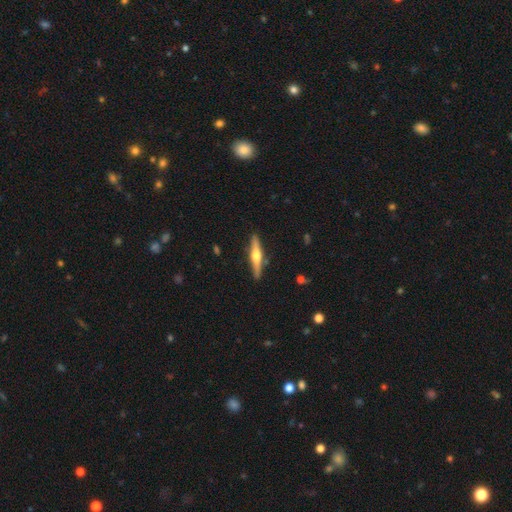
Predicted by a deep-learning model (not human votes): A featured or disk galaxy (64%) viewed edge-on (97%) with a rounded central bulge (92%).

Vote fractions:
- Smooth or featured? featured or disk: 64% / smooth: 30% / star or artifact: 5%
- Edge-on disk? yes: 97% / no: 3%
- Edge-on bulge? rounded: 92% / boxy: 4% / none: 4%
- Merging? none: 88% / minor disturbance: 8% / merger: 2% / major disturbance: 2%